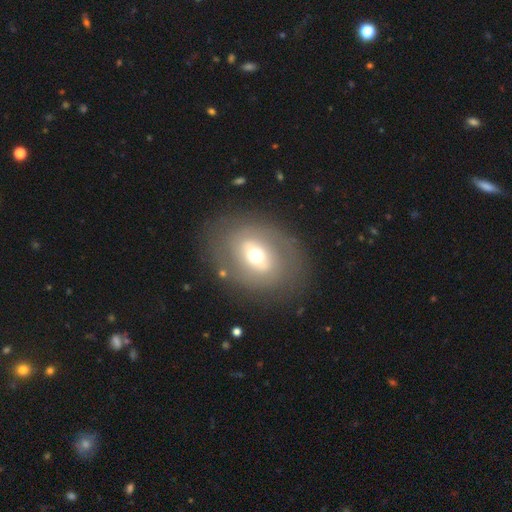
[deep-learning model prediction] A featured or disk galaxy (46%). Merging: none (78%).